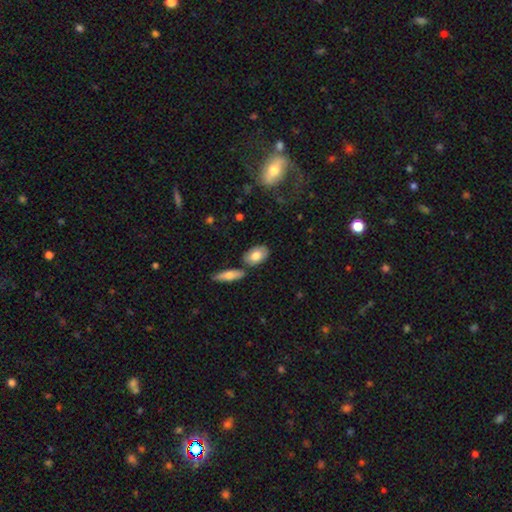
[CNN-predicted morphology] This appears to be a smooth galaxy with no disk features (76%) that is in between round and cigar-shaped (90%). Merging: none (73%).